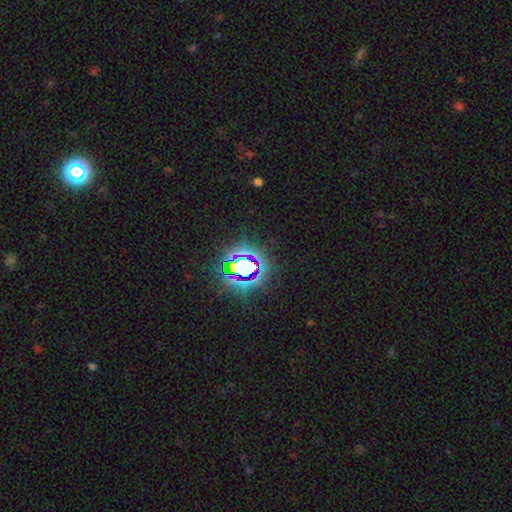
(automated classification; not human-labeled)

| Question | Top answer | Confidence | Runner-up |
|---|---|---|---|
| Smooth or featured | star or artifact | 74% | smooth (16%) |